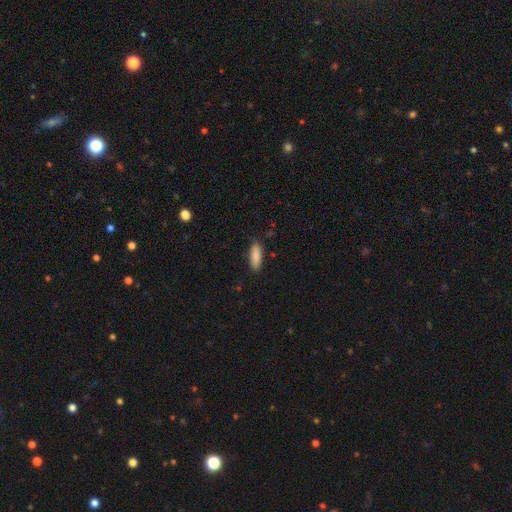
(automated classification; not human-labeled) smooth-or-featured: smooth: 88% | star or artifact: 6% | featured or disk: 6%
  how-rounded: in between: 55% | cigar-shaped: 43% | round: 2%
  merging: none: 85% | minor disturbance: 11% | major disturbance: 2% | merger: 1%